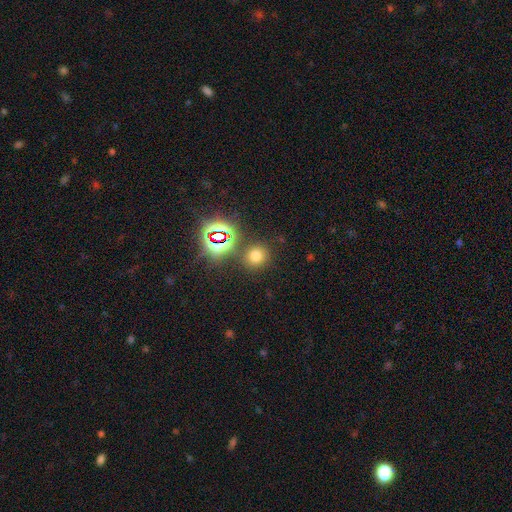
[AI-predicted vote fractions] smooth_or_featured: smooth (p=0.64) [alt: star or artifact p=0.28]
how_rounded: round (p=0.86) [alt: in between p=0.13]
merging: none (p=0.82) [alt: minor disturbance p=0.08]